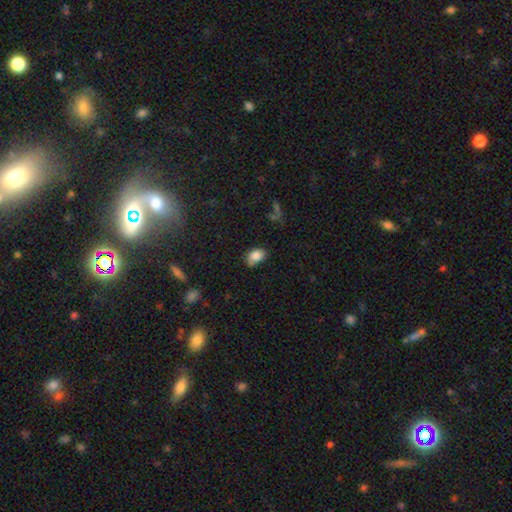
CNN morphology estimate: Q: Smooth or featured?
A: smooth (84%); runner-up: star or artifact (9%)
Q: How rounded?
A: in between (82%); runner-up: round (16%)
Q: Merging?
A: none (59%); runner-up: minor disturbance (30%)